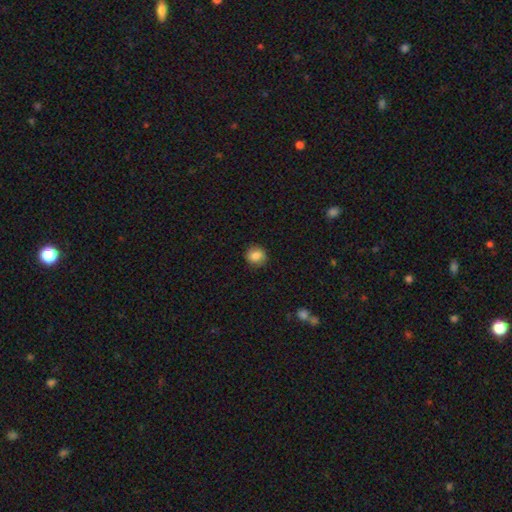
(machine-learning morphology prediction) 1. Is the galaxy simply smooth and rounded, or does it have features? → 84% smooth, 9% star or artifact, 7% featured or disk.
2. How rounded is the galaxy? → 82% round, 17% in between, 1% cigar-shaped.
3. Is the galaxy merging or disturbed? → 87% none, 10% minor disturbance, 2% major disturbance, 1% merger.